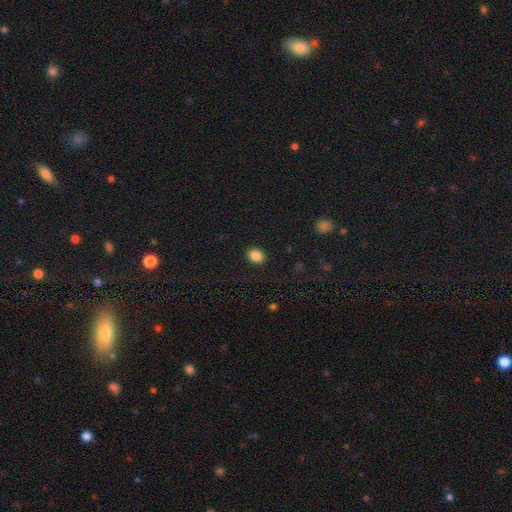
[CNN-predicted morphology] Smooth or featured: smooth — 86% (star or artifact — 9%)
How rounded: in between — 62% (round — 37%)
Merging: none — 90% (minor disturbance — 7%)